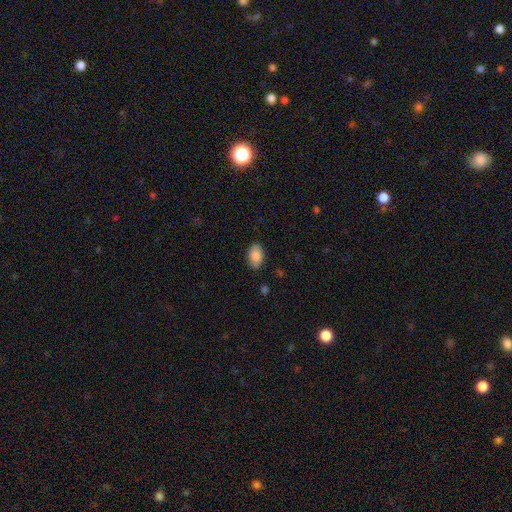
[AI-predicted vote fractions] Overall: smooth (87%). How rounded: in between (91%). Merging: none (86%).